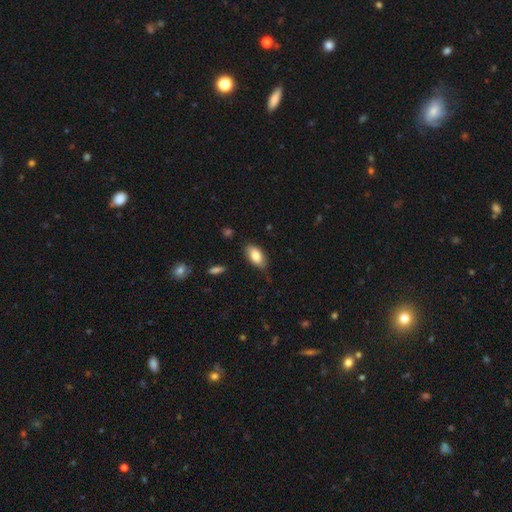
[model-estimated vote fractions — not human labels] smooth_or_featured: smooth (p=0.81) [alt: featured or disk p=0.12]
how_rounded: in between (p=0.92) [alt: cigar-shaped p=0.05]
merging: none (p=0.71) [alt: minor disturbance p=0.23]